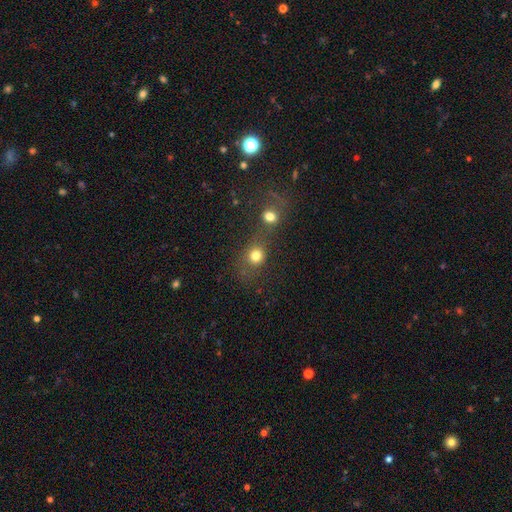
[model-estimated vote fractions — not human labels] smooth 78%, star or artifact 15%, featured or disk 8%. Down the decision tree: how rounded — round (80%); merging — none (48%).